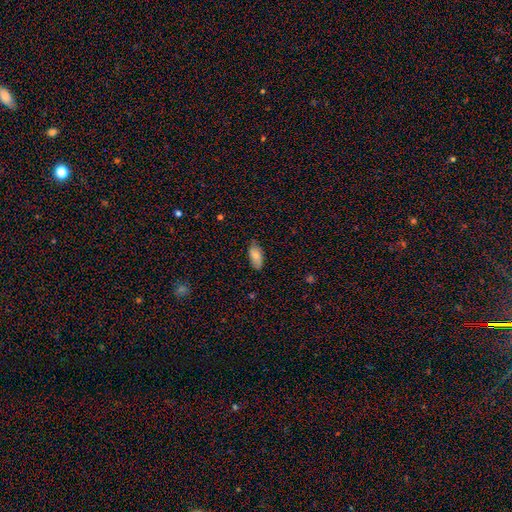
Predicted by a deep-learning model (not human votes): smooth-or-featured: smooth: 78% | featured or disk: 15% | star or artifact: 7%
  how-rounded: in between: 91% | cigar-shaped: 7% | round: 2%
  merging: none: 77% | minor disturbance: 19% | major disturbance: 3% | merger: 1%